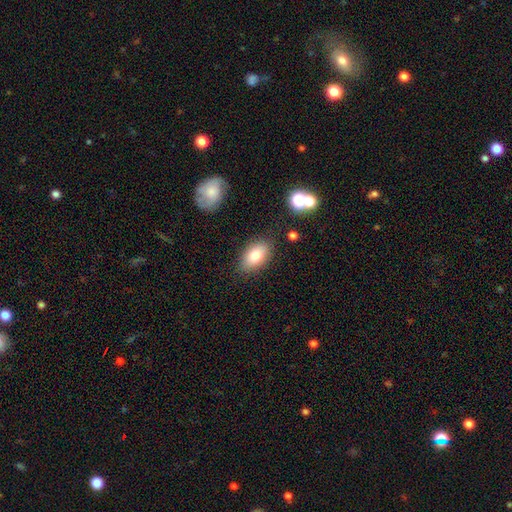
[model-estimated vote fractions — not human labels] A smooth galaxy with no disk features (79%) that is in between round and cigar-shaped (90%).

Vote fractions:
- Smooth or featured? smooth: 79% / featured or disk: 12% / star or artifact: 8%
- How rounded? in between: 90% / round: 7% / cigar-shaped: 2%
- Merging? none: 82% / minor disturbance: 12% / major disturbance: 3% / merger: 2%